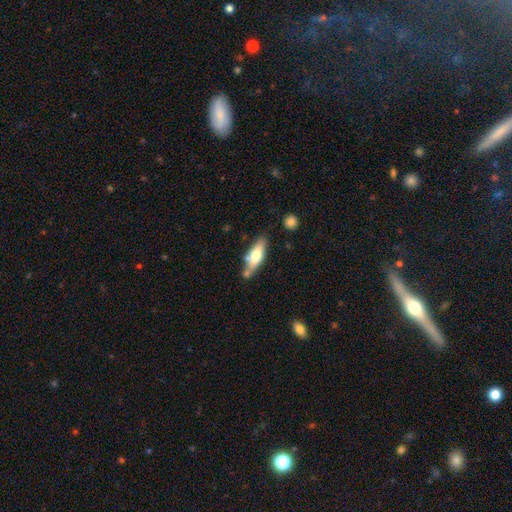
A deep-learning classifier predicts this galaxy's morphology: This appears to be a smooth galaxy with no disk features (58%) that is in between round and cigar-shaped (51%). Merging: none (63%).